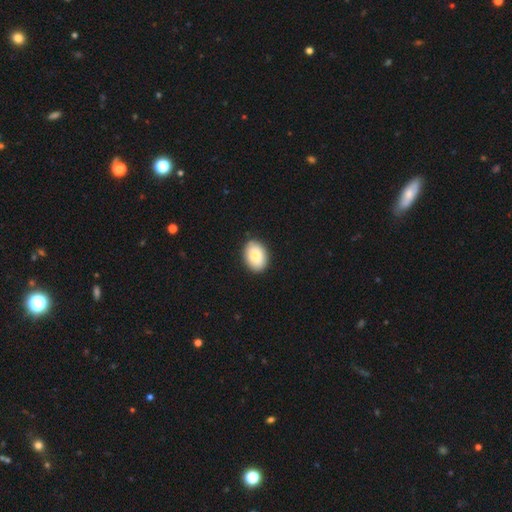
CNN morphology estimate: The model was most divided on "how rounded": in between: 82%, round: 17%, cigar-shaped: 1%. More confident: merging — none (89%); smooth or featured — smooth (84%).